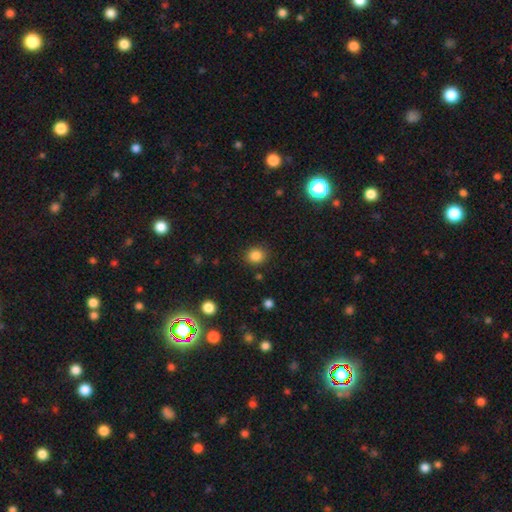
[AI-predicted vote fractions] Q: Smooth or featured?
A: smooth (84%); runner-up: star or artifact (12%)
Q: How rounded?
A: round (81%); runner-up: in between (18%)
Q: Merging?
A: none (87%); runner-up: minor disturbance (8%)